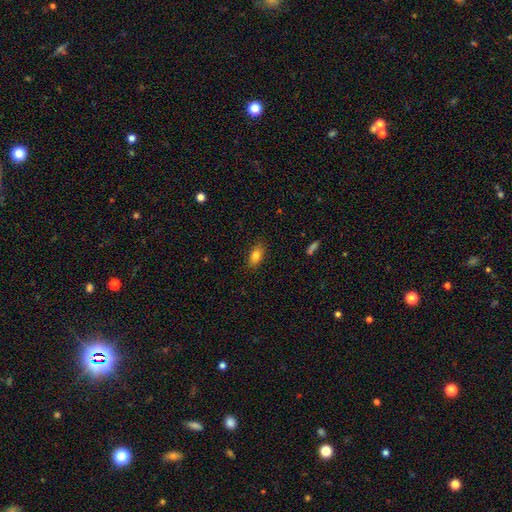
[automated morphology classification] smooth-or-featured: smooth: 81% | featured or disk: 10% | star or artifact: 9%
  how-rounded: in between: 86% | round: 7% | cigar-shaped: 7%
  merging: none: 84% | minor disturbance: 12% | major disturbance: 3% | merger: 1%